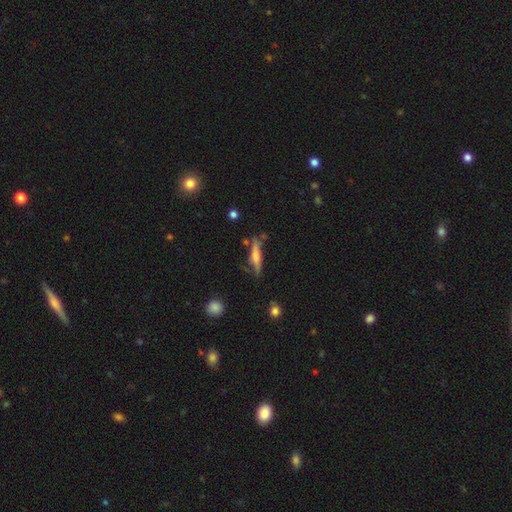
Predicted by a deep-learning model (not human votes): This appears to be a smooth galaxy with no disk features (47%). Merging: none (63%).